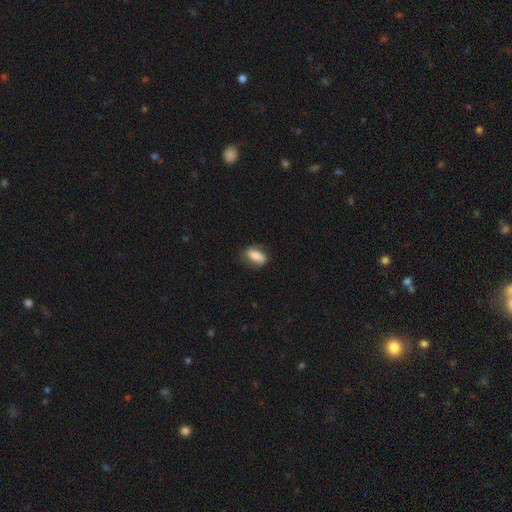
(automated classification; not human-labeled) Morphology: type=smooth (56%); roundness=in between (84%); merging=none (73%).